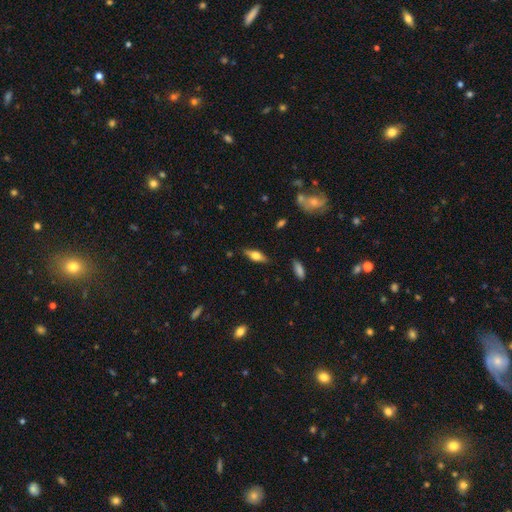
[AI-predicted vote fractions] smooth-or-featured: smooth: 51% | featured or disk: 42% | star or artifact: 7%
  how-rounded: in between: 63% | cigar-shaped: 34% | round: 3%
  merging: none: 84% | minor disturbance: 12% | major disturbance: 3% | merger: 2%